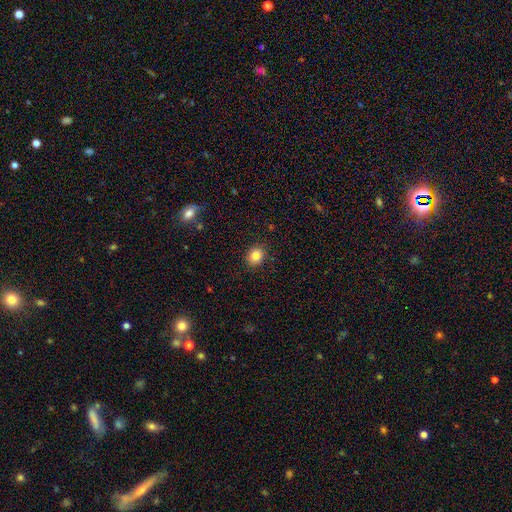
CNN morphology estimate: The model was most divided on "how rounded": round: 65%, in between: 34%, cigar-shaped: 1%. More confident: merging — none (88%); smooth or featured — smooth (84%).